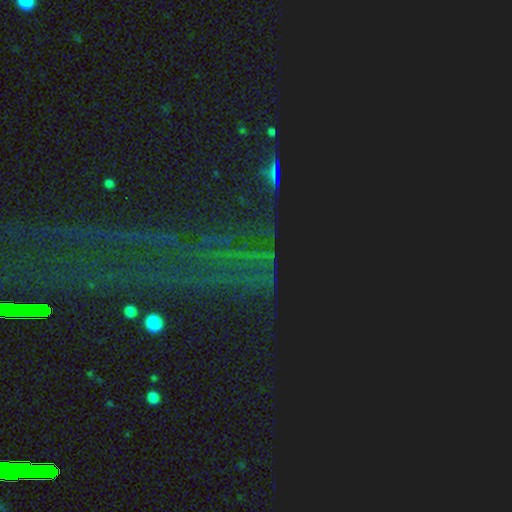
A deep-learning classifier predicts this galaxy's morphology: A star or artifact, not a galaxy (80%).

Vote fractions:
- Smooth or featured? star or artifact: 80% / smooth: 11% / featured or disk: 10%